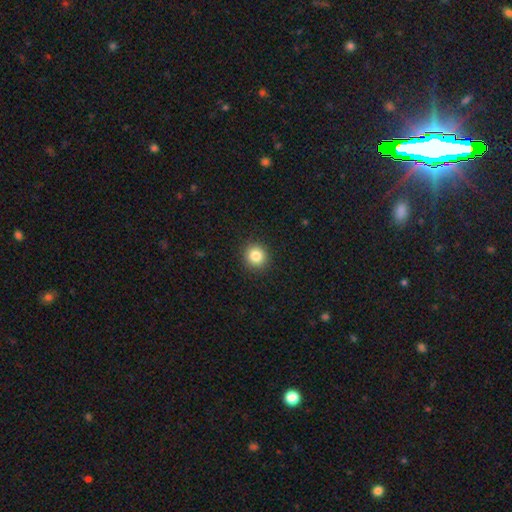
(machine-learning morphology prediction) This appears to be a smooth galaxy with no disk features (84%) that is round (90%). Merging: none (91%).